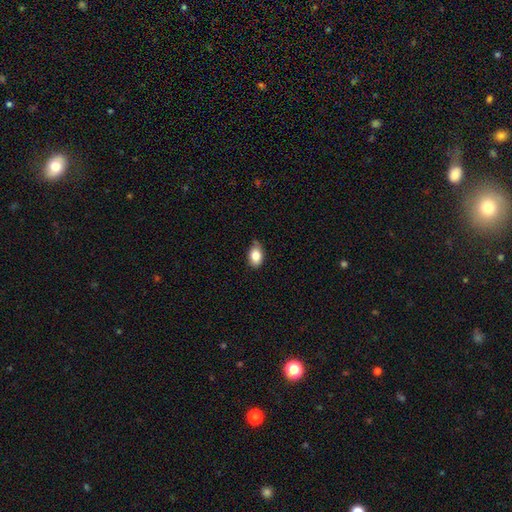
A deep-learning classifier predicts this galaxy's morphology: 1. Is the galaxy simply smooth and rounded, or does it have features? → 84% smooth, 8% featured or disk, 8% star or artifact.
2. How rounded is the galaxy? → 85% in between, 14% round, 2% cigar-shaped.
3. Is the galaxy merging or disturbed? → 68% none, 27% minor disturbance, 4% major disturbance, 1% merger.